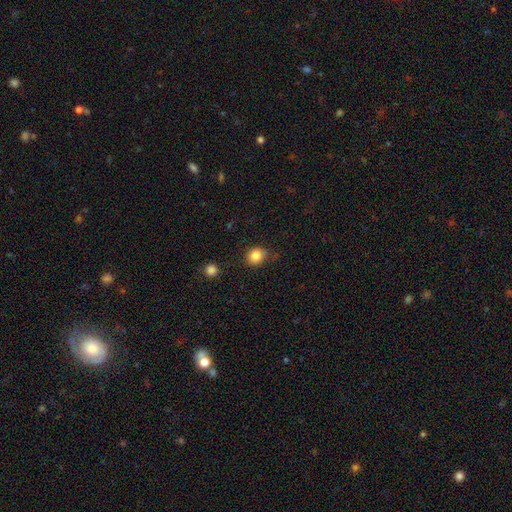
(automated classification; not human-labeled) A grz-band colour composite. It shows a smooth galaxy with no disk features (83%) that is round (75%). Merging: none (77%).